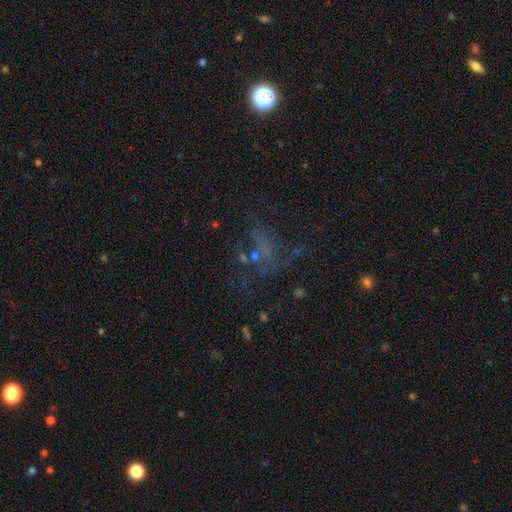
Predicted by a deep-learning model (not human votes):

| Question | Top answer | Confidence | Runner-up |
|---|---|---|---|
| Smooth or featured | featured or disk | 46% | star or artifact (29%) |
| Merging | none | 38% | major disturbance (37%) |